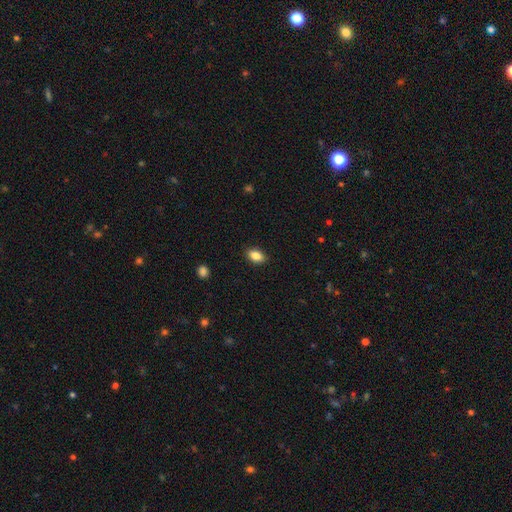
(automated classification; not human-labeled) smooth_or_featured: smooth (p=0.85) [alt: star or artifact p=0.08]
how_rounded: in between (p=0.88) [alt: round p=0.09]
merging: none (p=0.88) [alt: minor disturbance p=0.09]